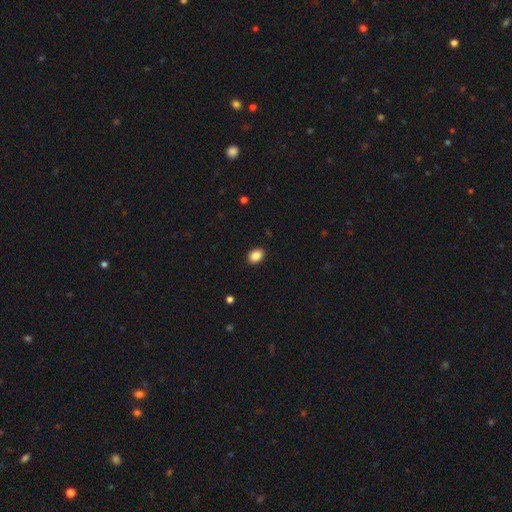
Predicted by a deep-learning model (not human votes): Morphology: type=smooth (88%); roundness=in between (73%); merging=none (90%).